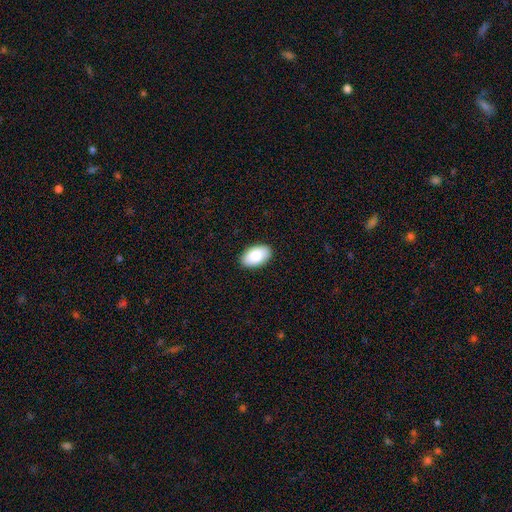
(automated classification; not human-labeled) smooth-or-featured: smooth: 87% | featured or disk: 7% | star or artifact: 6%
  how-rounded: in between: 94% | round: 5% | cigar-shaped: 1%
  merging: none: 89% | minor disturbance: 8% | major disturbance: 2% | merger: 1%